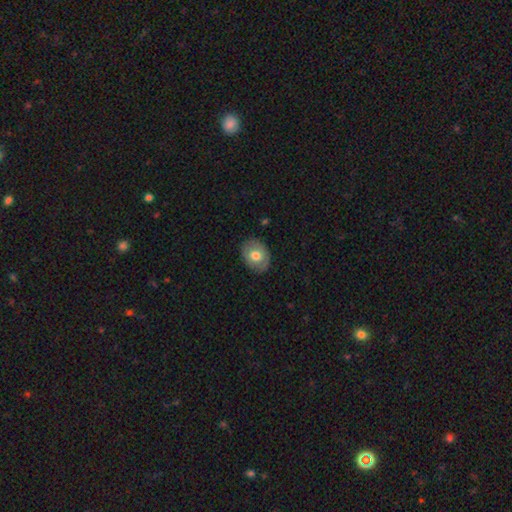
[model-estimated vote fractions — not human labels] Morphology: type=smooth (67%); roundness=in between (61%); merging=none (84%).